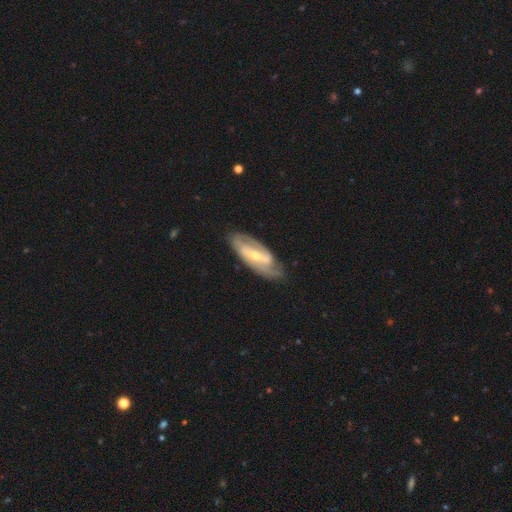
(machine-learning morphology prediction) This appears to be a featured or disk galaxy (83%) with a strong bar (52%), 2 (77%) medium (42%) spiral arms (92%) and a small central bulge (55%). Merging: none (78%).